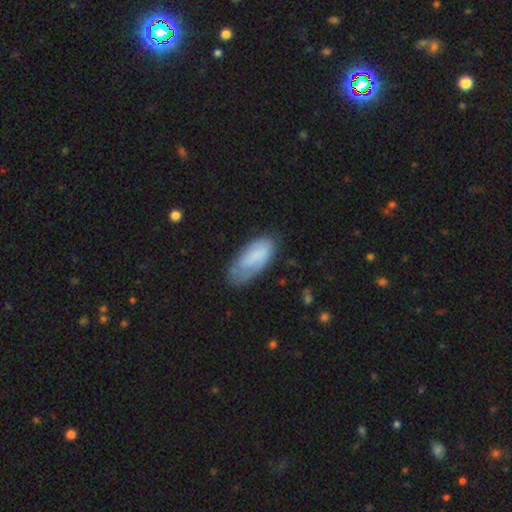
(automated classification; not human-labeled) This is likely a smooth galaxy (72%). How rounded: clearly in between (85%). Merging: possibly none (58%).